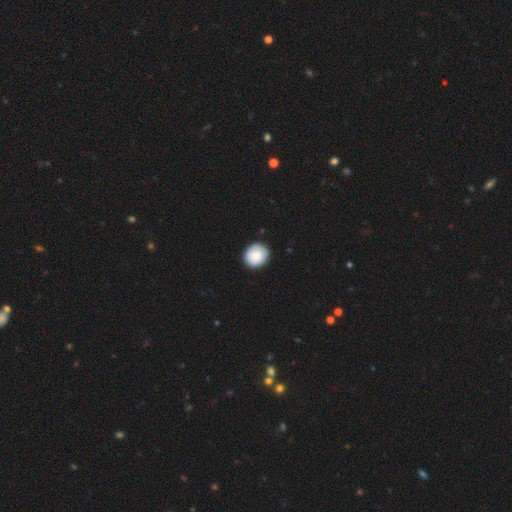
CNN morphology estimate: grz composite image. It shows a smooth galaxy with no disk features (86%) that is round (87%). Merging: none (91%).